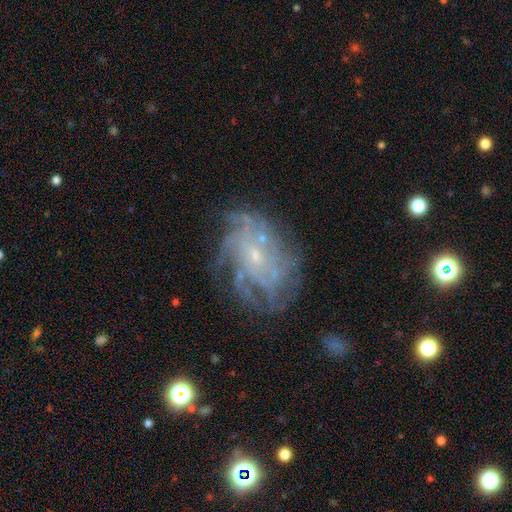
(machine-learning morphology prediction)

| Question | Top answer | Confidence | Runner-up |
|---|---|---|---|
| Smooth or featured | featured or disk | 80% | smooth (10%) |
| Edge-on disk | no | 97% | yes (3%) |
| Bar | no | 73% | weak (23%) |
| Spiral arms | yes | 87% | no (13%) |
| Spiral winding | tight | 55% | medium (32%) |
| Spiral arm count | can't tell | 37% | more than 4 (23%) |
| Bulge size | small | 80% | moderate (13%) |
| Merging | none | 62% | minor disturbance (20%) |